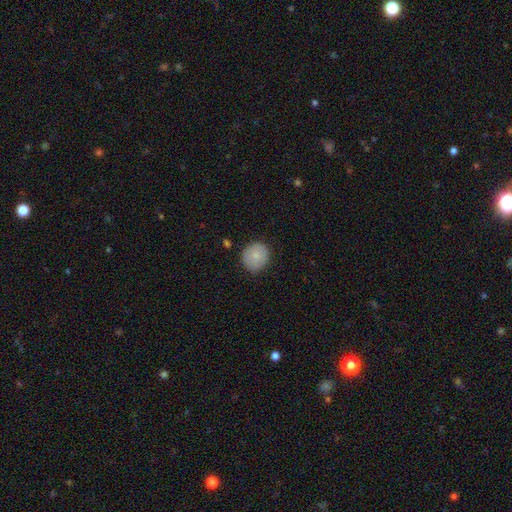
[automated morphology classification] This appears to be a smooth galaxy with no disk features (81%) that is round (86%). Merging: none (82%).